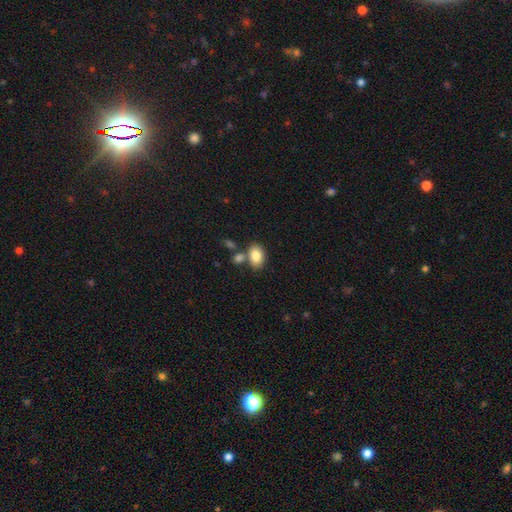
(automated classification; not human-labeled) smooth 84%, featured or disk 9%, star or artifact 8%. Down the decision tree: how rounded — in between (84%); merging — none (63%).